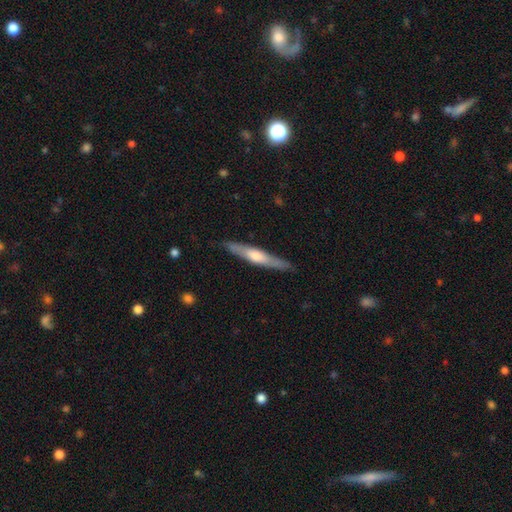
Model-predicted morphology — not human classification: featured or disk 61%, smooth 34%, star or artifact 6%. Down the decision tree: edge-on disk — yes (94%); edge-on bulge — rounded (77%); merging — none (88%).